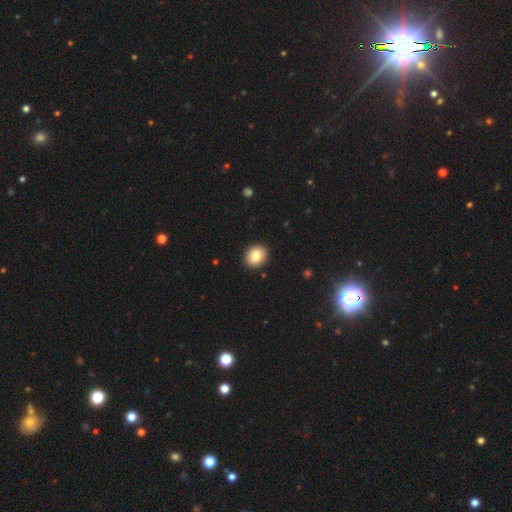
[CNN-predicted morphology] smooth-or-featured: smooth: 84% | star or artifact: 9% | featured or disk: 7%
  how-rounded: round: 62% | in between: 37% | cigar-shaped: 1%
  merging: none: 91% | minor disturbance: 6% | major disturbance: 2% | merger: 1%